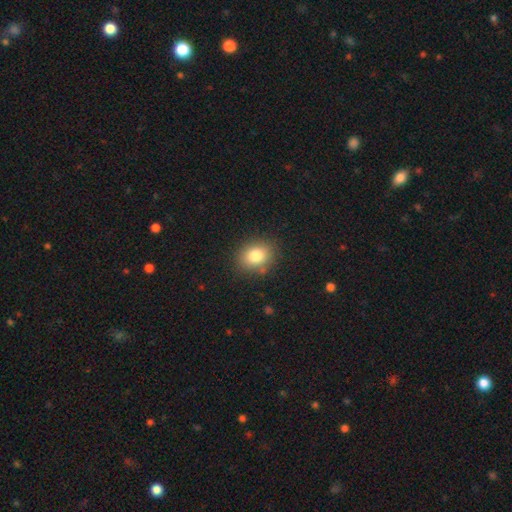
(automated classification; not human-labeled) This appears to be a smooth galaxy with no disk features (81%) that is round (58%). Merging: none (83%).